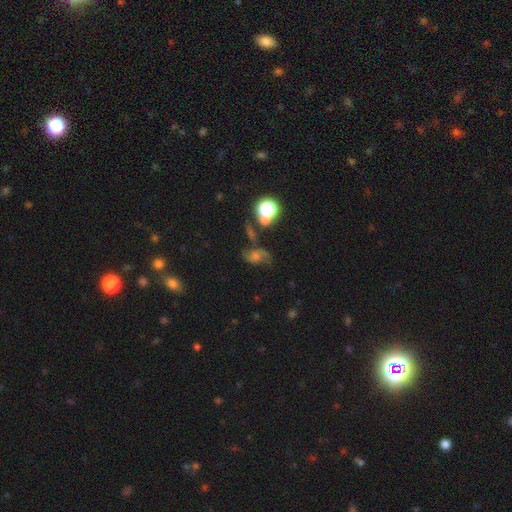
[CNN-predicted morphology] Smooth or featured: featured or disk — 53% (smooth — 27%)
Edge-on disk: no — 95% (yes — 5%)
Bar: no — 68% (weak — 26%)
Spiral arms: yes — 85% (no — 15%)
Bulge size: moderate — 39% (small — 26%)
Merging: none — 47% (minor disturbance — 22%)